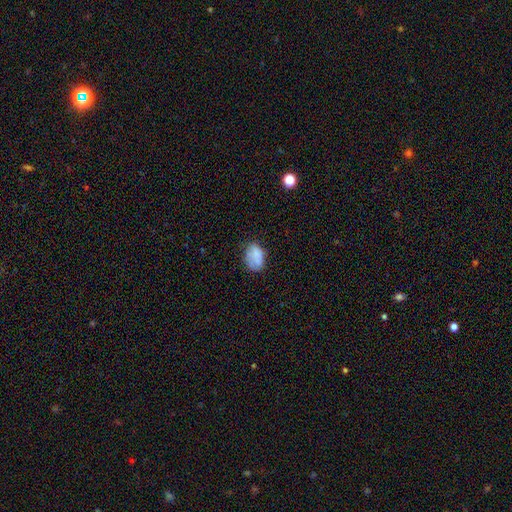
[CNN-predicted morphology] Smooth or featured? Predicted: smooth (p=0.77). How rounded? Predicted: in between (p=0.81). Merging? Predicted: none (p=0.61).